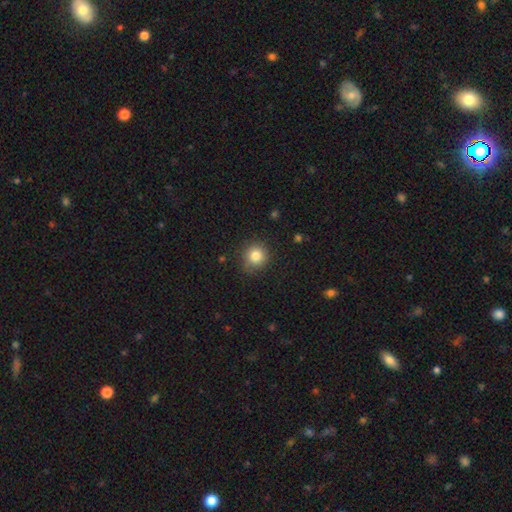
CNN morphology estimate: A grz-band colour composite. It shows a smooth galaxy with no disk features (83%) that is round (90%). Merging: none (85%).